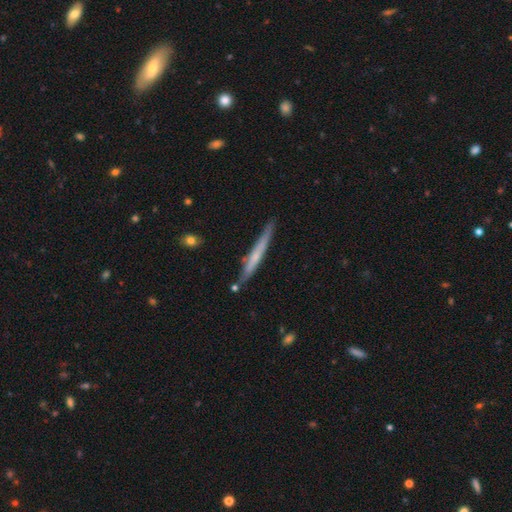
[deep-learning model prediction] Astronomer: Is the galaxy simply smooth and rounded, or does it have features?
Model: featured or disk — 48% (runner-up: smooth, 46%).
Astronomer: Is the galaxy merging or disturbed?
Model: none — 80%.